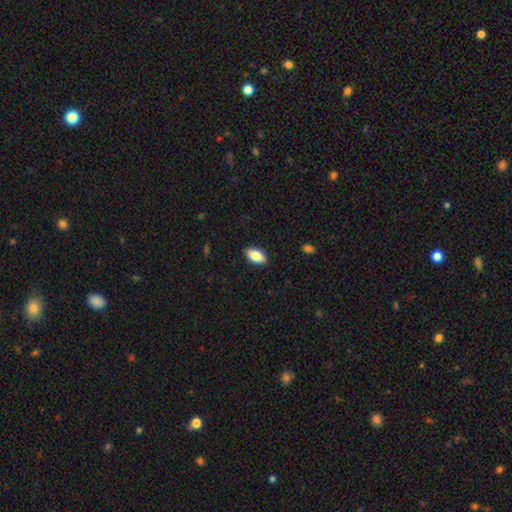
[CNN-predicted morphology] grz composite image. It shows a smooth galaxy with no disk features (78%) that is in between round and cigar-shaped (90%). Merging: none (89%).